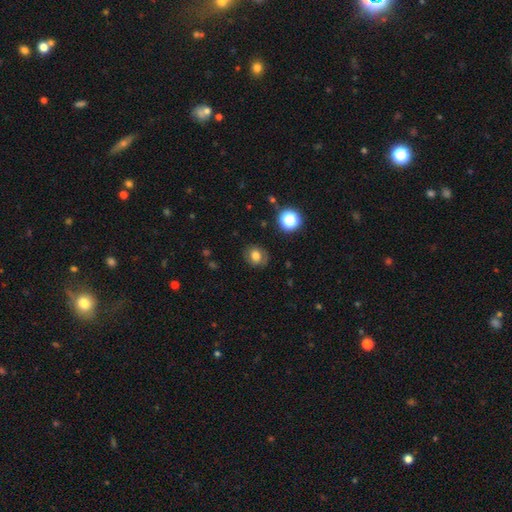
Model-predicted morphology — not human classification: Smooth or featured?
  - smooth: 71% *
  - featured or disk: 16%
  - star or artifact: 13%
How rounded?
  - round: 65% *
  - in between: 34%
  - cigar-shaped: 1%
Merging?
  - none: 80% *
  - minor disturbance: 14%
  - major disturbance: 5%
  - merger: 1%